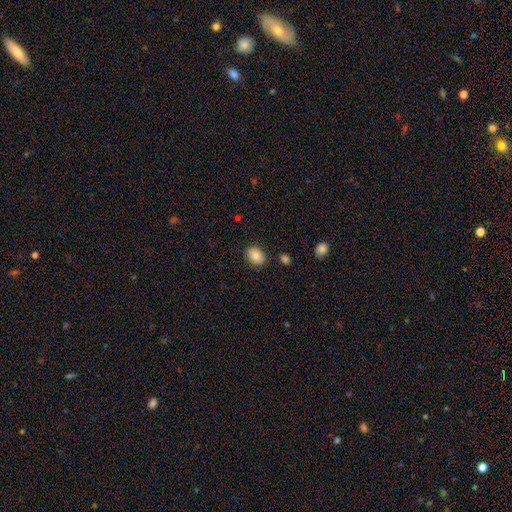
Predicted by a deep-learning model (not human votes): Smooth or featured? smooth (85%)
How rounded? in between (67%)
Merging? none (86%)